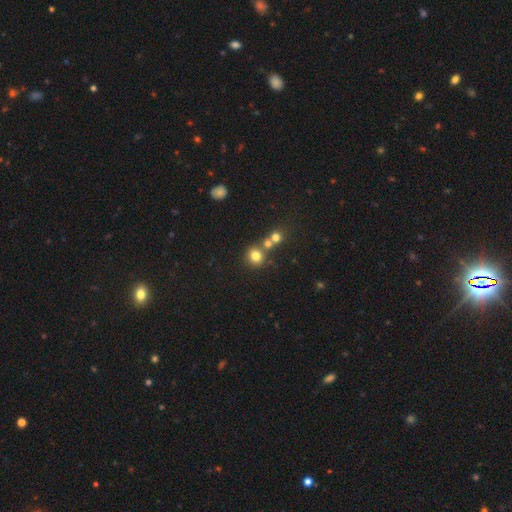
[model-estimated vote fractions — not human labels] Smooth or featured? smooth (77%)
How rounded? round (87%)
Merging? none (61%)